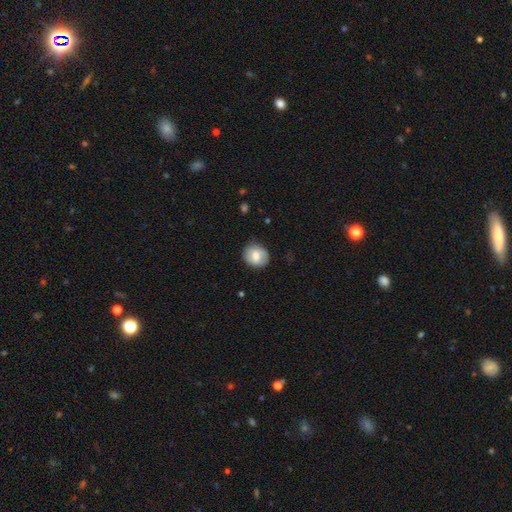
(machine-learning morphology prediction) smooth 69%, featured or disk 24%, star or artifact 7%. Down the decision tree: how rounded — round (64%); merging — none (82%).